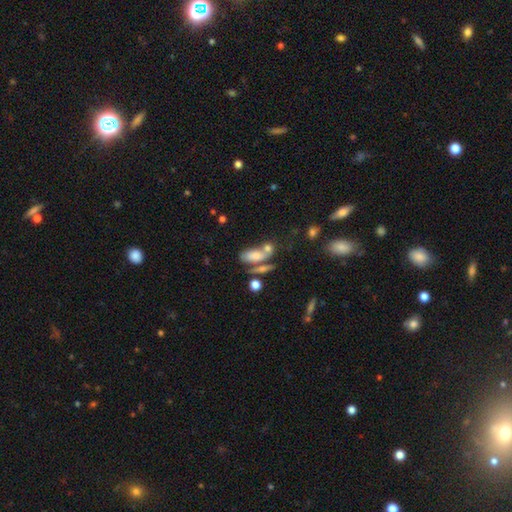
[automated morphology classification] This is likely a smooth galaxy (65%). How rounded: likely in between (76%). Merging: marginally merger (42%).